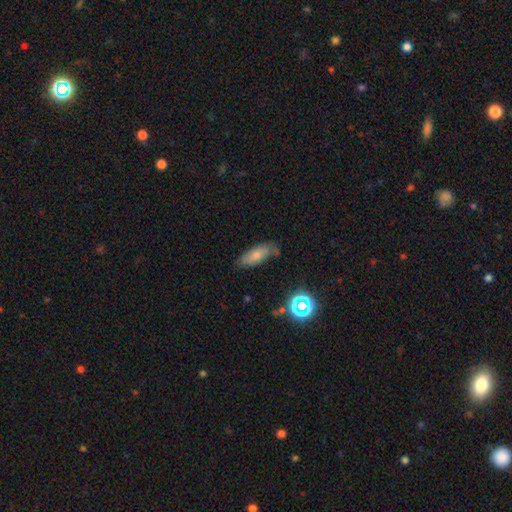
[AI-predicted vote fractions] Morphology: type=smooth (69%); roundness=in between (68%); merging=none (72%).